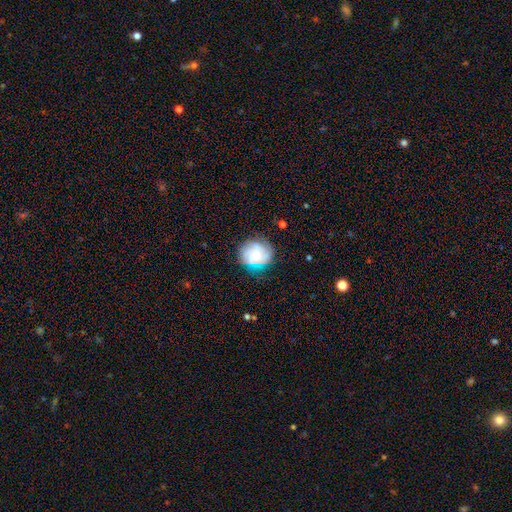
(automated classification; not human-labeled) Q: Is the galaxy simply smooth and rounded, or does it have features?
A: smooth — 49%.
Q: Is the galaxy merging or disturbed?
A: none — 70%.